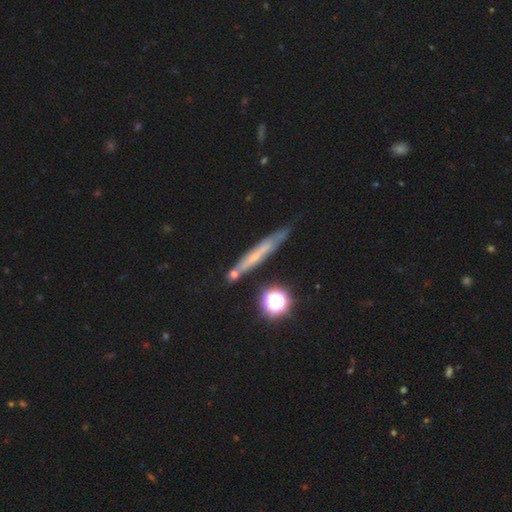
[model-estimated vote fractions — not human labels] Smooth or featured? Predicted: featured or disk (p=0.42). Merging? Predicted: none (p=0.72).